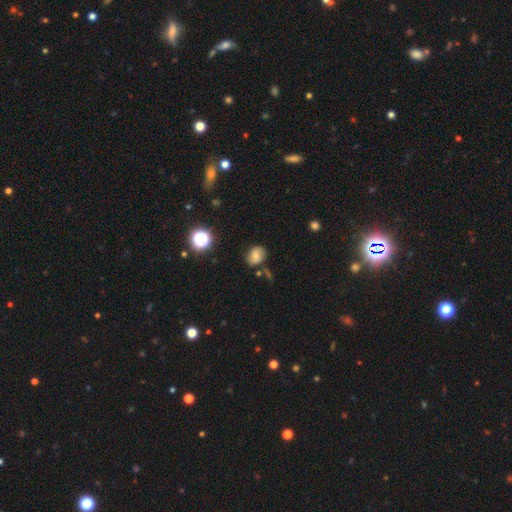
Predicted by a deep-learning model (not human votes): smooth_or_featured: smooth (p=0.69) [alt: featured or disk p=0.16]
how_rounded: in between (p=0.52) [alt: round p=0.47]
merging: none (p=0.74) [alt: minor disturbance p=0.17]